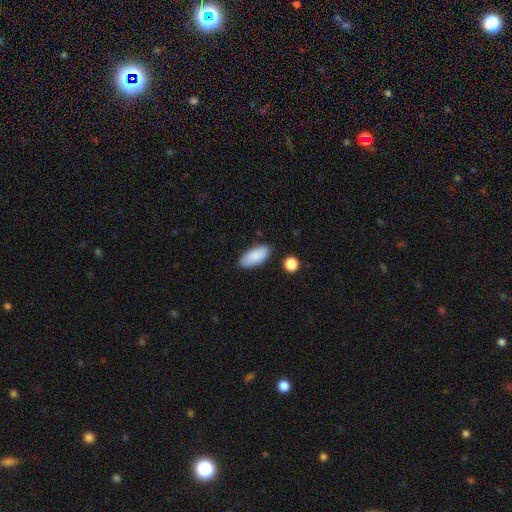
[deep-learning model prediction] Smooth or featured? Predicted: smooth (p=0.87). How rounded? Predicted: in between (p=0.90). Merging? Predicted: none (p=0.81).